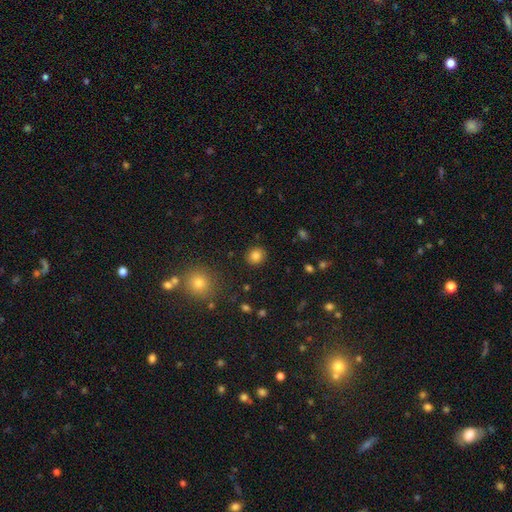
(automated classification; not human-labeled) smooth-or-featured: smooth: 83% | star or artifact: 11% | featured or disk: 6%
  how-rounded: round: 82% | in between: 17% | cigar-shaped: 1%
  merging: none: 89% | minor disturbance: 7% | major disturbance: 2% | merger: 1%